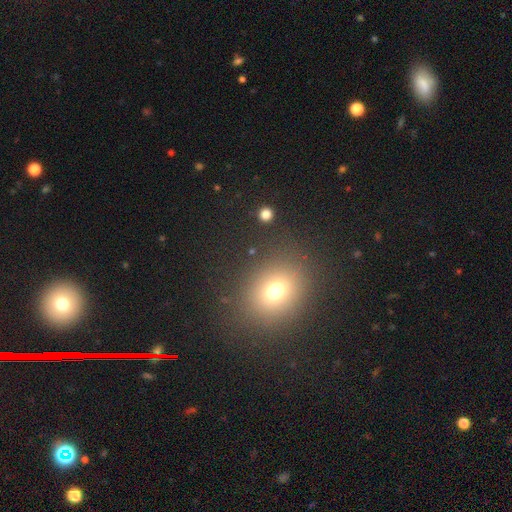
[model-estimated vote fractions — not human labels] A smooth galaxy with no disk features (59%) that is round (59%). Merging: none (88%).